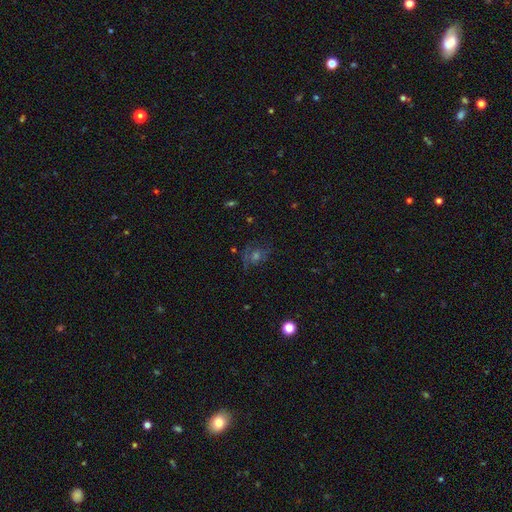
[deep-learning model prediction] Morphology: type=featured or disk (40%); merging=none (67%).